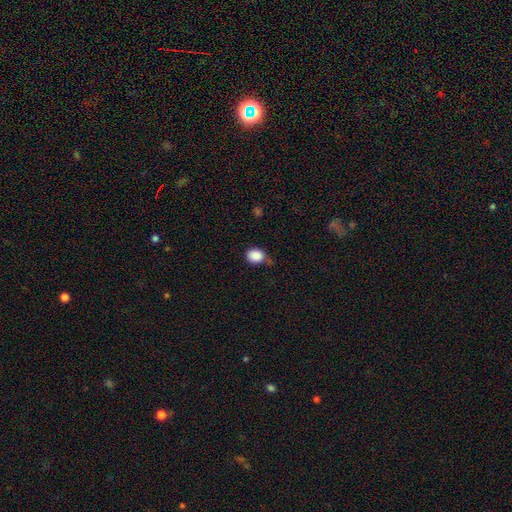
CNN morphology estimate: A smooth galaxy with no disk features (88%) that is round (53%). Merging: none (67%).